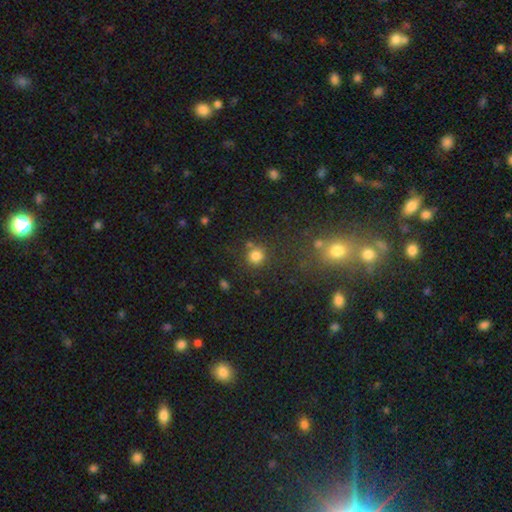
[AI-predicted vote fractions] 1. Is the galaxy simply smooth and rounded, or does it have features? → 79% smooth, 15% star or artifact, 6% featured or disk.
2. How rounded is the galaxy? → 88% round, 11% in between, 1% cigar-shaped.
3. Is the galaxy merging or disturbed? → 71% none, 13% merger, 11% minor disturbance, 5% major disturbance.